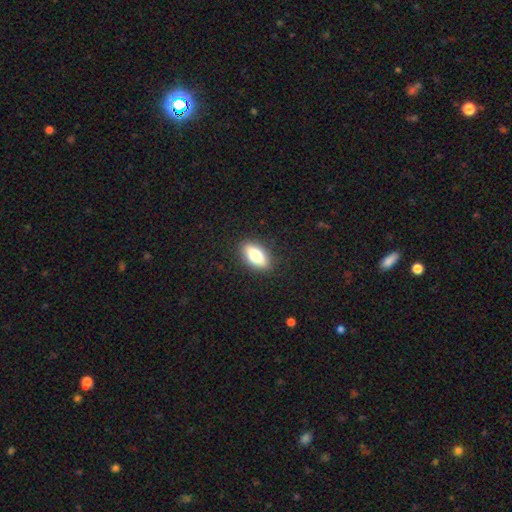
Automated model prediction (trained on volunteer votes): Smooth or featured? Predicted: smooth (p=0.75). How rounded? Predicted: in between (p=0.85). Merging? Predicted: none (p=0.87).